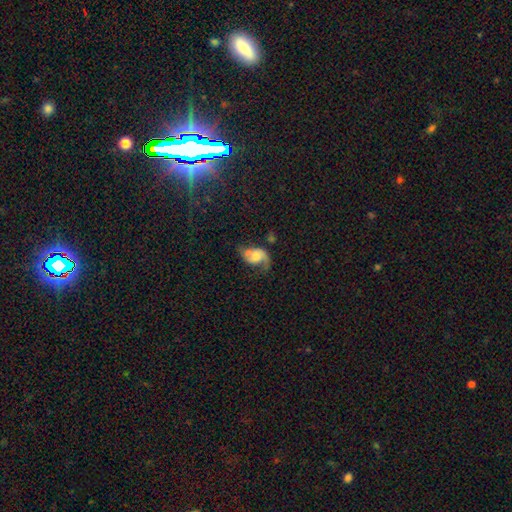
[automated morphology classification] smooth-or-featured: featured or disk: 61% | smooth: 30% | star or artifact: 9%
  disk-edge-on: no: 97% | yes: 3%
    bar: no: 65% | weak: 28% | strong: 7%
    has-spiral-arms: yes: 85% | no: 15%
      spiral-winding: loose: 54% | medium: 34% | tight: 12%
      spiral-arm-count: 2: 76% | 1: 15% | can't tell: 6% | 3: 1% | 4: 1% | more than 4: 1%
    bulge-size: moderate: 39% | small: 30% | large: 15% | none: 13% | dominant: 3%
  merging: none: 38% | minor disturbance: 27% | major disturbance: 27% | merger: 8%